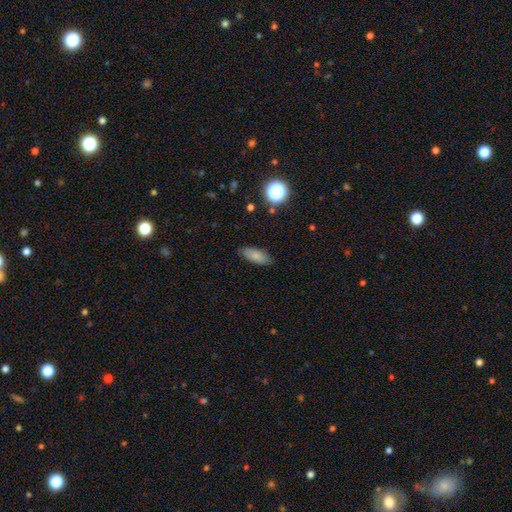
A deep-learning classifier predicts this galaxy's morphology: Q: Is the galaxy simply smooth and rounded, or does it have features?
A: smooth — 82%.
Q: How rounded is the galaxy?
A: in between — 80%.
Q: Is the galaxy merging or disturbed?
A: none — 83%.